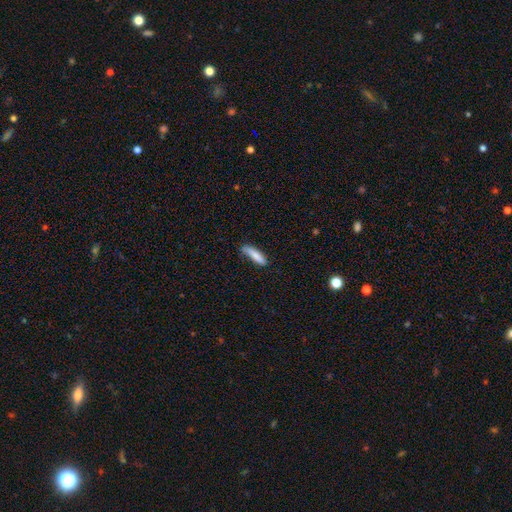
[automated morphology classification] Smooth or featured: smooth — 79% (featured or disk — 14%)
How rounded: cigar-shaped — 70% (in between — 29%)
Merging: none — 68% (minor disturbance — 24%)